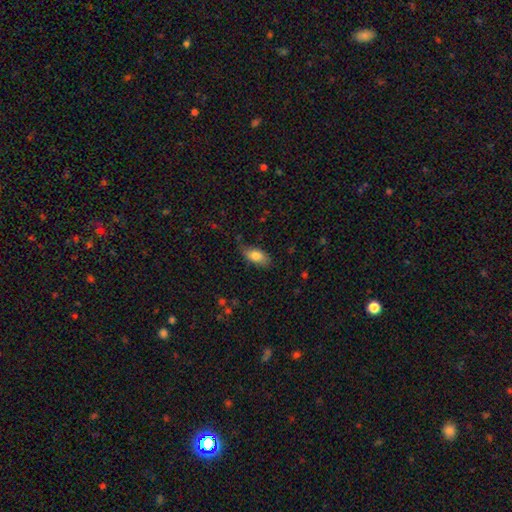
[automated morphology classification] The model was most divided on "merging": none: 67%, minor disturbance: 26%, major disturbance: 6%, merger: 2%. More confident: how rounded — in between (88%); smooth or featured — smooth (80%).